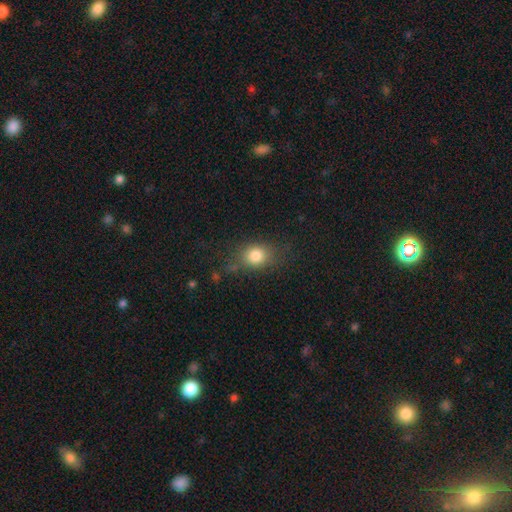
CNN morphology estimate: Overall: smooth (80%). How rounded: in between (50%; round 48%). Merging: none (70%).